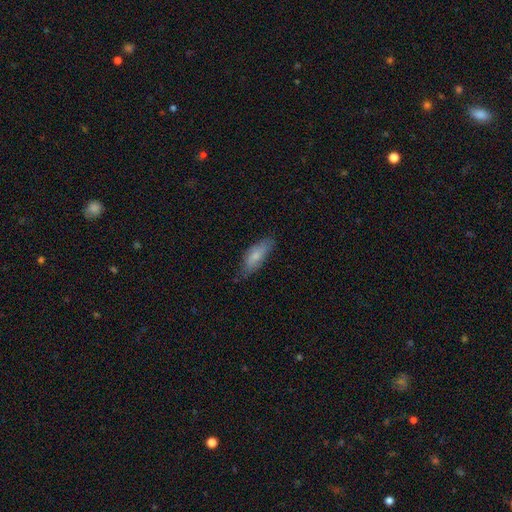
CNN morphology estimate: The model was most divided on "how rounded": in between: 66%, cigar-shaped: 32%, round: 2%. More confident: smooth or featured — smooth (72%); merging — none (68%).